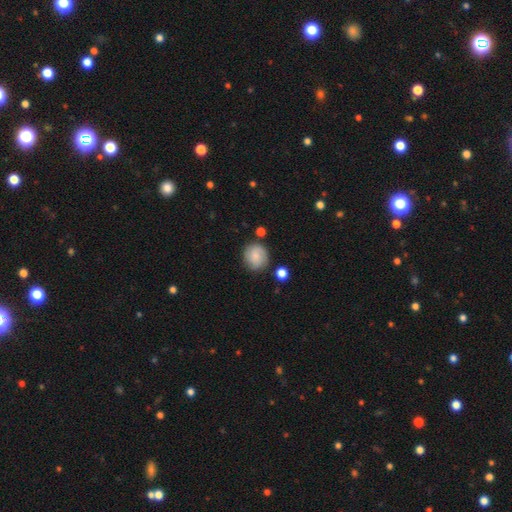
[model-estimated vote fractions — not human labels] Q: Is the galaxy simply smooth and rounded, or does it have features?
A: smooth — 75%.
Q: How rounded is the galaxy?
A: round — 86%.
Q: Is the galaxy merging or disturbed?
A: none — 77%.